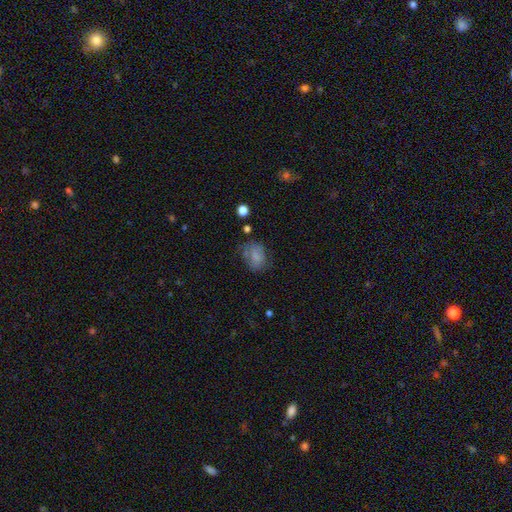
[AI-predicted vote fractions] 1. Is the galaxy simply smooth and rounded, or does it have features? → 72% smooth, 16% featured or disk, 11% star or artifact.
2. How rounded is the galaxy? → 58% in between, 41% round, 1% cigar-shaped.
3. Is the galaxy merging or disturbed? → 53% none, 27% minor disturbance, 16% major disturbance, 5% merger.